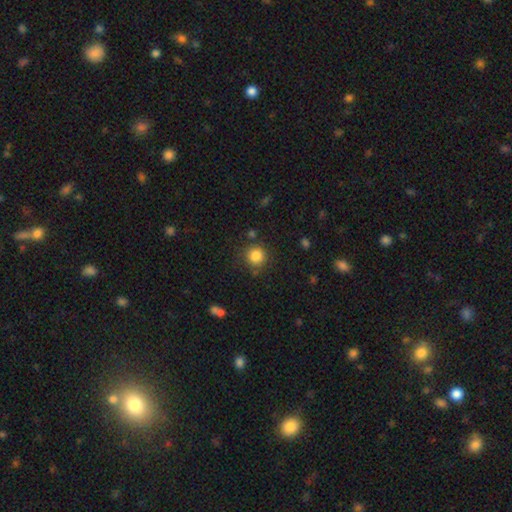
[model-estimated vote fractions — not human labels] This appears to be a smooth galaxy with no disk features (84%) that is round (92%). Merging: none (81%).